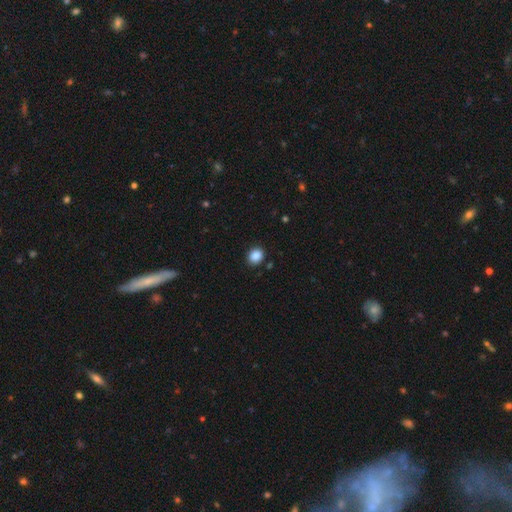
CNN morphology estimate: Smooth or featured?
  - smooth: 88% *
  - star or artifact: 9%
  - featured or disk: 3%
How rounded?
  - round: 59% *
  - in between: 41%
  - cigar-shaped: 1%
Merging?
  - none: 89% *
  - minor disturbance: 8%
  - major disturbance: 2%
  - merger: 1%